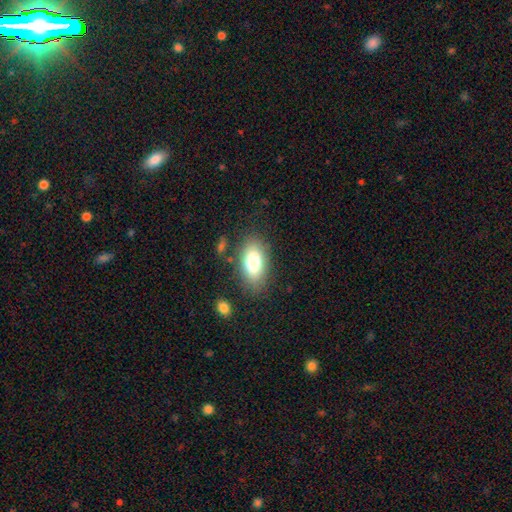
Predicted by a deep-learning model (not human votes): Overall: smooth (79%). How rounded: in between (91%). Merging: none (82%).